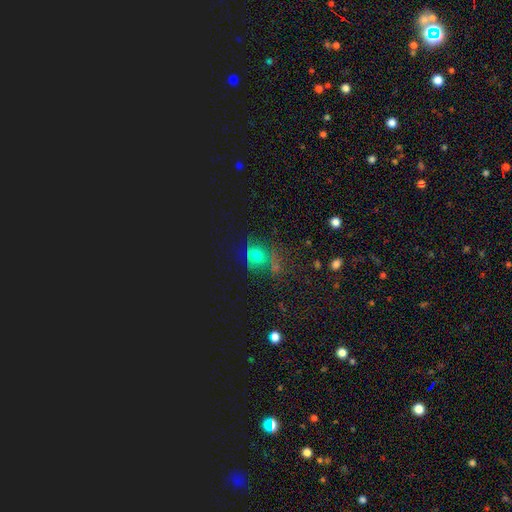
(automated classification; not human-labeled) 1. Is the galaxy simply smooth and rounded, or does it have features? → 46% smooth, 41% star or artifact, 13% featured or disk.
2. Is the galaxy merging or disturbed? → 55% none, 19% minor disturbance, 14% major disturbance, 12% merger.